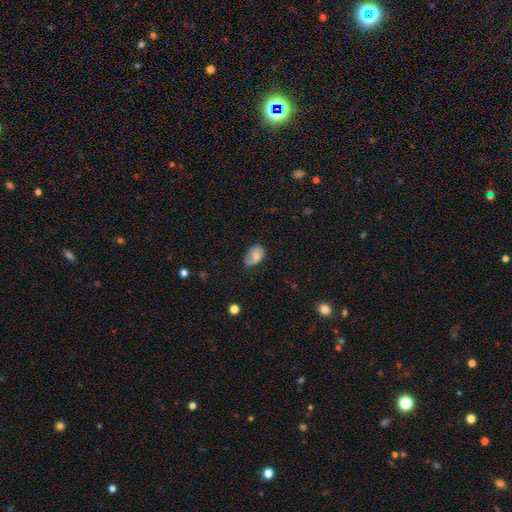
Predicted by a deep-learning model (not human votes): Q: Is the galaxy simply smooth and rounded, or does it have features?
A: smooth — 67%.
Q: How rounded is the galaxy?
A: in between — 79%.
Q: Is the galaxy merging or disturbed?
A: none — 49%.